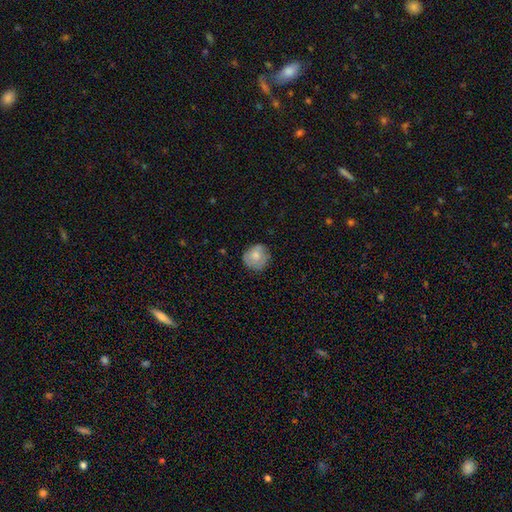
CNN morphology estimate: A smooth galaxy with no disk features (70%) that is round (85%).

Vote fractions:
- Smooth or featured? smooth: 70% / featured or disk: 23% / star or artifact: 7%
- How rounded? round: 85% / in between: 14% / cigar-shaped: 1%
- Merging? none: 71% / minor disturbance: 22% / major disturbance: 5% / merger: 1%